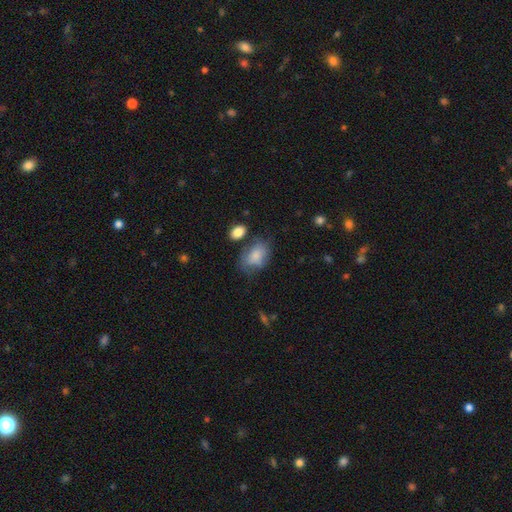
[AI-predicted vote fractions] This is likely a smooth galaxy (79%). How rounded: clearly in between (84%). Merging: possibly none (48%).